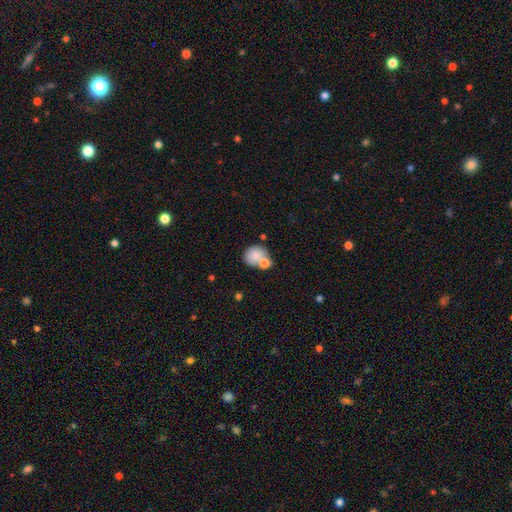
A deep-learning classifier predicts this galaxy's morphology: Smooth or featured? smooth (80%)
How rounded? round (71%)
Merging? none (48%)